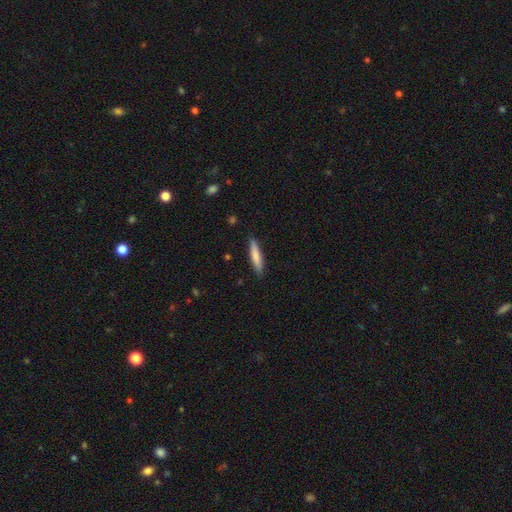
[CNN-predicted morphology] Smooth or featured? Predicted: smooth (p=0.76). How rounded? Predicted: cigar-shaped (p=0.88). Merging? Predicted: none (p=0.88).